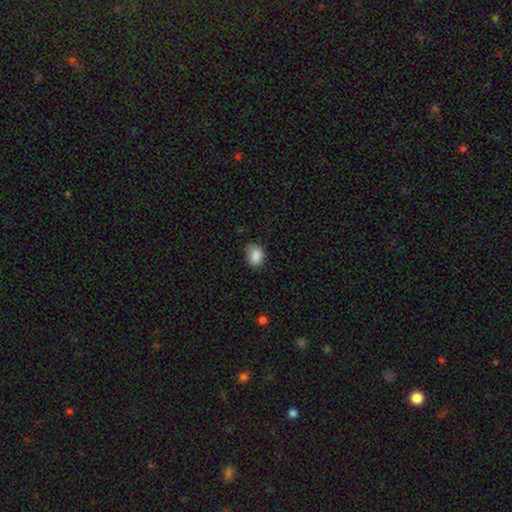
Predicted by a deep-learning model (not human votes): This is clearly a smooth galaxy (87%). How rounded: likely in between (62%). Merging: likely none (66%).